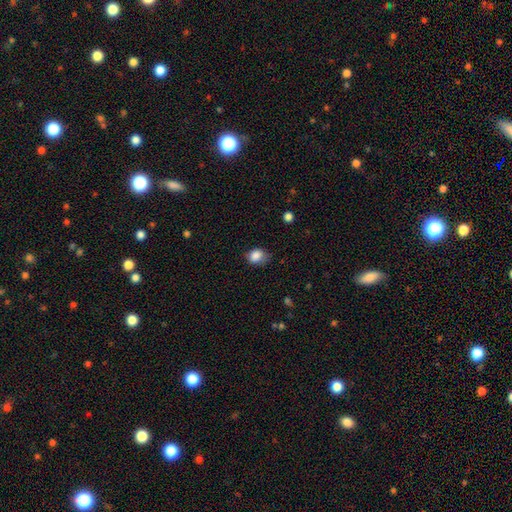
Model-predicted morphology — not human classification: Smooth or featured? smooth (85%)
How rounded? in between (54%)
Merging? none (57%)